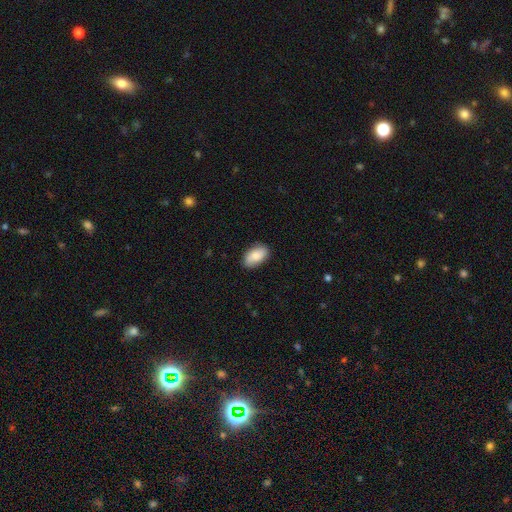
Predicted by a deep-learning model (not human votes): A smooth galaxy with no disk features (83%) that is in between round and cigar-shaped (94%). Merging: none (85%).